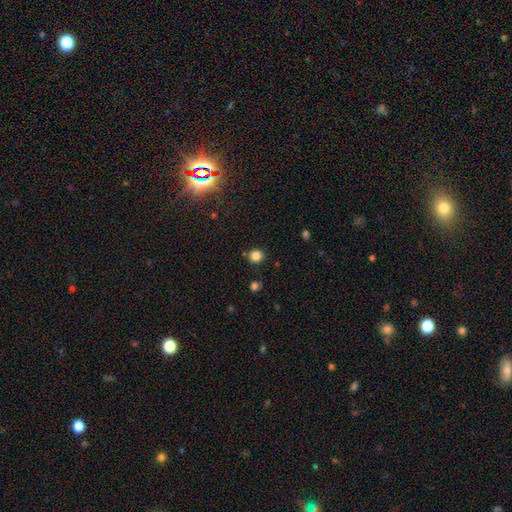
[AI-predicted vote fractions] This is clearly a smooth galaxy (83%). How rounded: clearly round (92%). Merging: clearly none (87%).